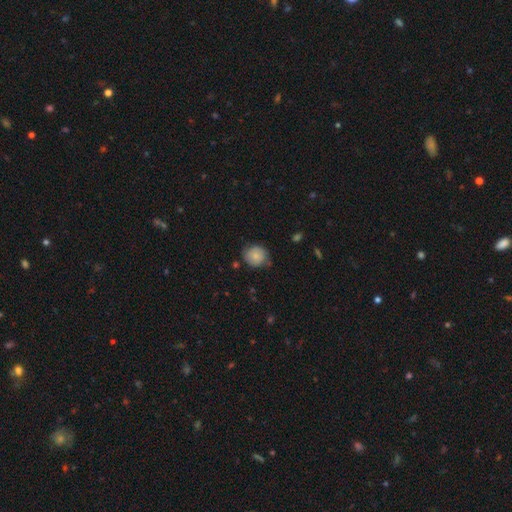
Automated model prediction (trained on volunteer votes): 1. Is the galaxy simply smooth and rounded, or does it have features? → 80% smooth, 12% featured or disk, 8% star or artifact.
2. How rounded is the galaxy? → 85% round, 14% in between, 1% cigar-shaped.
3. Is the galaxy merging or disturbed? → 72% none, 22% minor disturbance, 4% major disturbance, 3% merger.